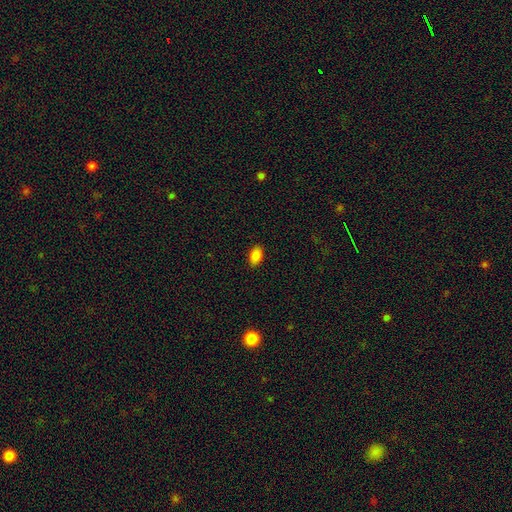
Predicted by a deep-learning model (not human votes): Overall: smooth (85%). How rounded: in between (91%). Merging: none (89%).